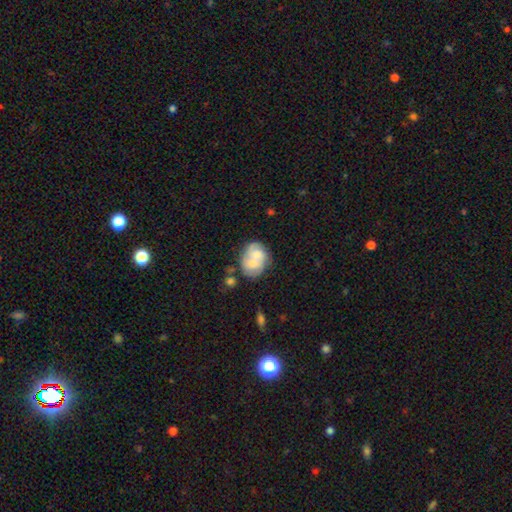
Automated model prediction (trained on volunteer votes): Smooth or featured? smooth (48%)
Merging? merger (46%)